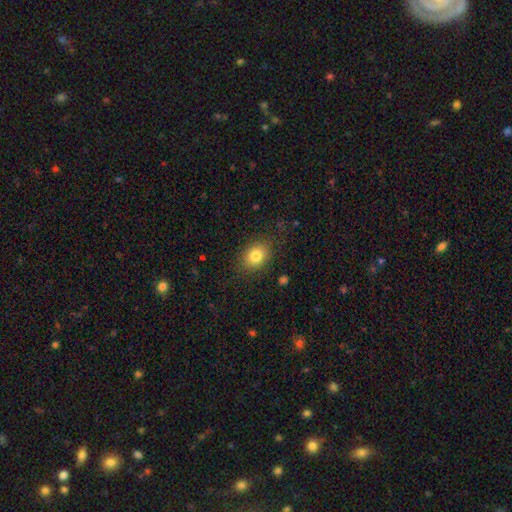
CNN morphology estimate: A smooth galaxy with no disk features (80%) that is in between round and cigar-shaped (61%).

Vote fractions:
- Smooth or featured? smooth: 80% / featured or disk: 10% / star or artifact: 9%
- How rounded? in between: 61% / round: 38% / cigar-shaped: 1%
- Merging? none: 80% / minor disturbance: 13% / major disturbance: 5% / merger: 1%